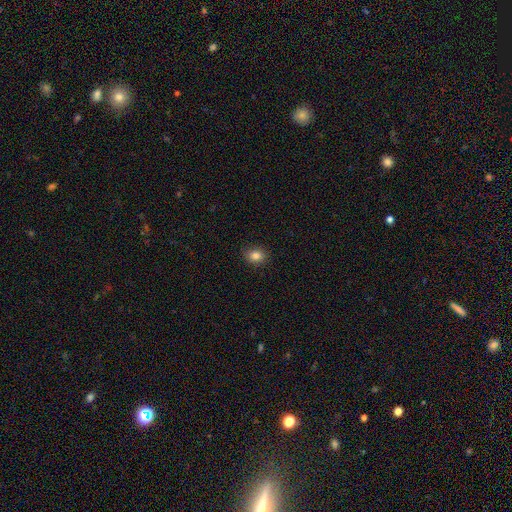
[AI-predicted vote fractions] This appears to be a smooth galaxy with no disk features (83%) that is round (57%). Merging: none (87%).